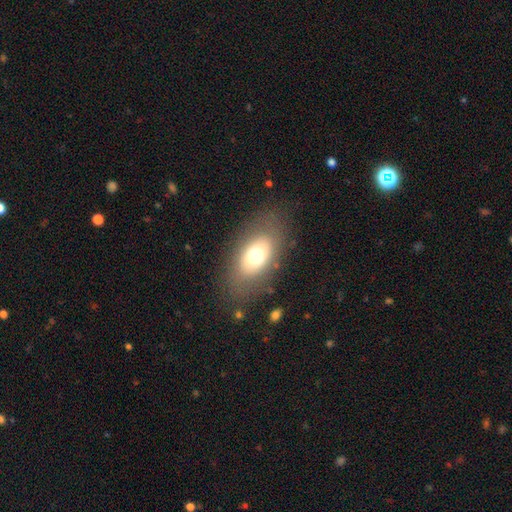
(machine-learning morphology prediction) This is likely a smooth galaxy (65%). How rounded: clearly in between (86%). Merging: likely none (79%).